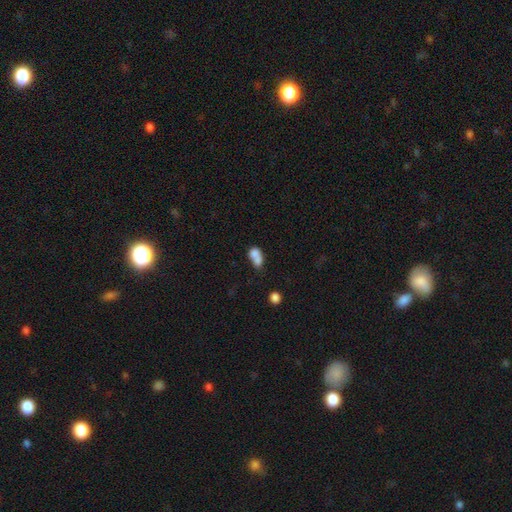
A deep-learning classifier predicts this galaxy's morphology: Q: Smooth or featured?
A: smooth (74%); runner-up: featured or disk (16%)
Q: How rounded?
A: in between (65%); runner-up: round (32%)
Q: Merging?
A: merger (61%); runner-up: none (22%)